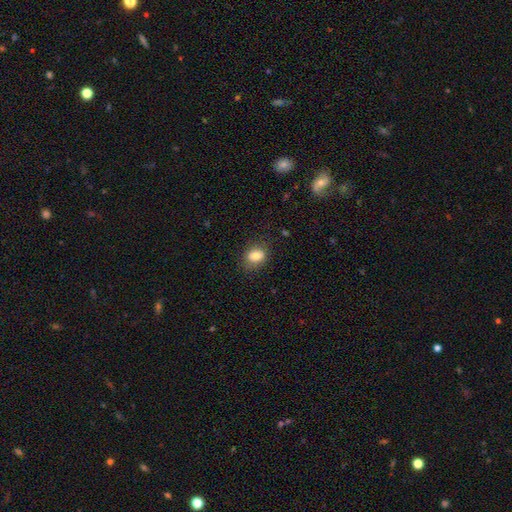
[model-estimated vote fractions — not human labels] Smooth or featured? smooth (81%)
How rounded? in between (62%)
Merging? none (78%)